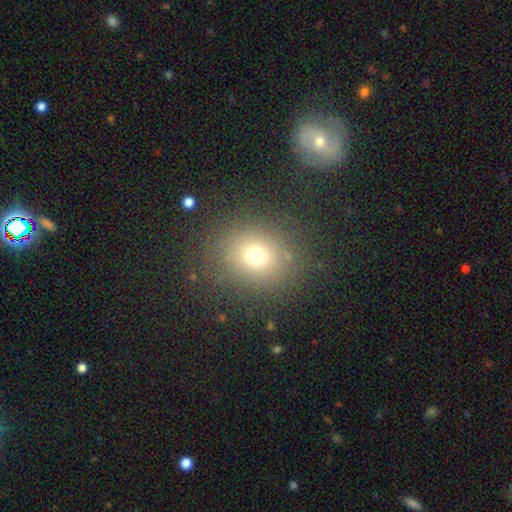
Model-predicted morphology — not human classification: Smooth or featured?
  - smooth: 71% *
  - star or artifact: 17%
  - featured or disk: 11%
How rounded?
  - round: 70% *
  - in between: 29%
  - cigar-shaped: 1%
Merging?
  - none: 83% *
  - minor disturbance: 9%
  - major disturbance: 6%
  - merger: 2%